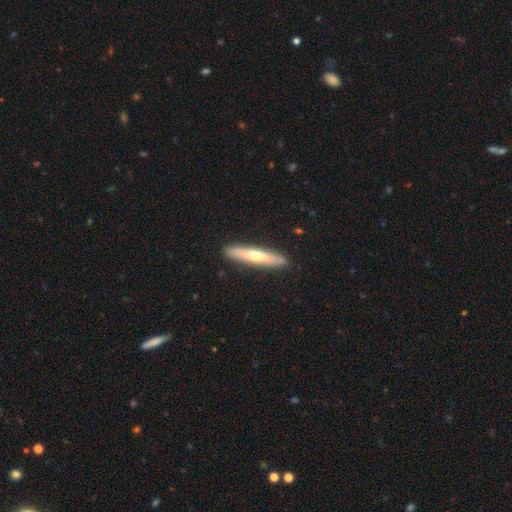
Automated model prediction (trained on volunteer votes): Morphology: type=smooth (52%); roundness=cigar-shaped (91%); merging=none (91%).